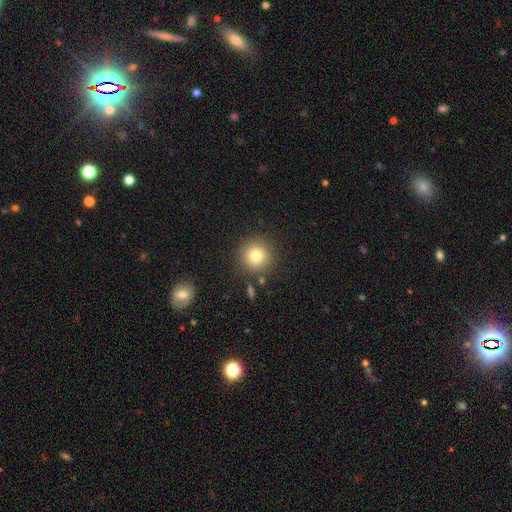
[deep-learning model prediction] Smooth or featured: smooth — 79% (star or artifact — 12%)
How rounded: round — 94% (in between — 5%)
Merging: none — 84% (minor disturbance — 8%)